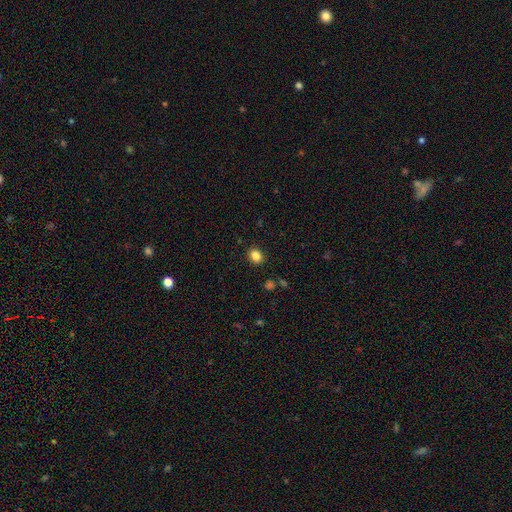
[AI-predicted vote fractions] Smooth or featured? smooth (84%)
How rounded? in between (50%)
Merging? none (89%)